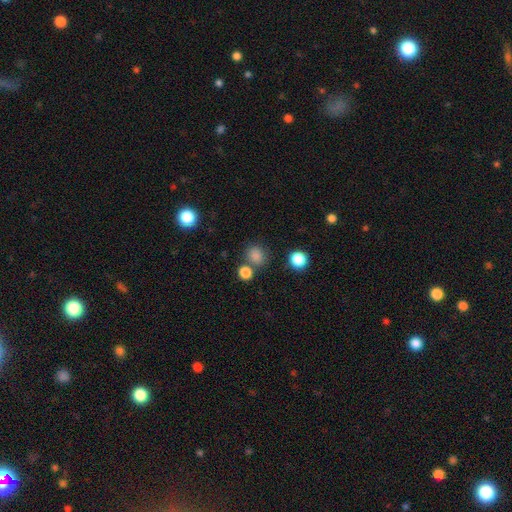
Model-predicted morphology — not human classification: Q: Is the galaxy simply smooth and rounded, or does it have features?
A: smooth — 82%.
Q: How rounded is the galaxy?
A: round — 78%.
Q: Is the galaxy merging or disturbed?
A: none — 71%.